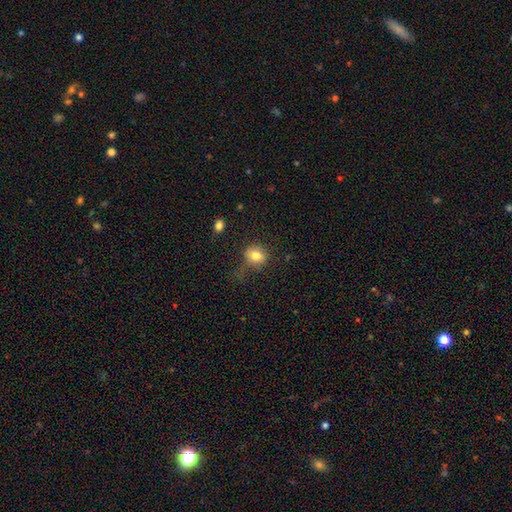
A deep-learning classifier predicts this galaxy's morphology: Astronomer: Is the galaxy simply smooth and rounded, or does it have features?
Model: smooth — 79%.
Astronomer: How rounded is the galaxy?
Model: round — 70%.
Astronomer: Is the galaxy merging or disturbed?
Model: none — 56%.